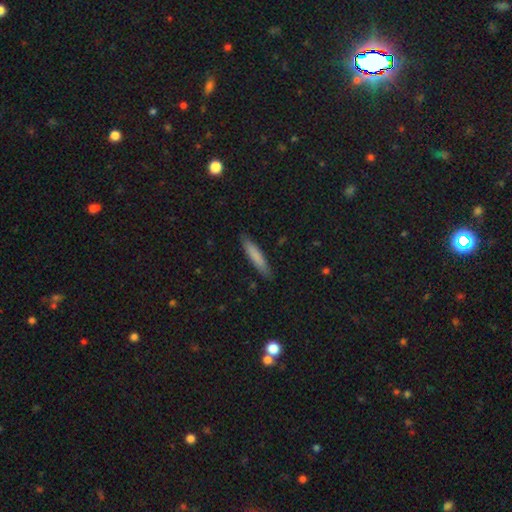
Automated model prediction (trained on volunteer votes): Overall: smooth (78%). How rounded: cigar-shaped (89%). Merging: none (88%).